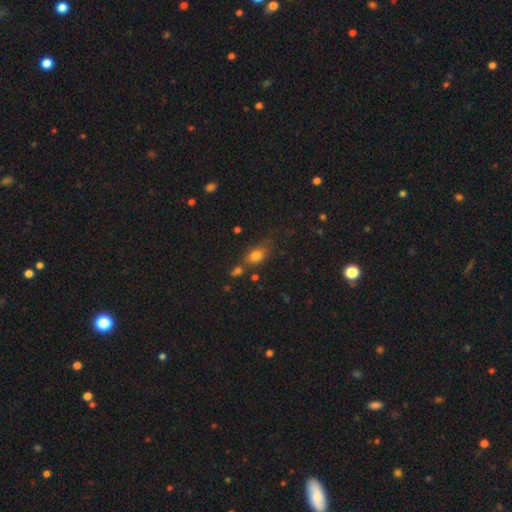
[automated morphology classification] smooth-or-featured: smooth: 77% | star or artifact: 12% | featured or disk: 10%
  how-rounded: in between: 74% | round: 21% | cigar-shaped: 5%
  merging: none: 55% | minor disturbance: 20% | merger: 17% | major disturbance: 8%